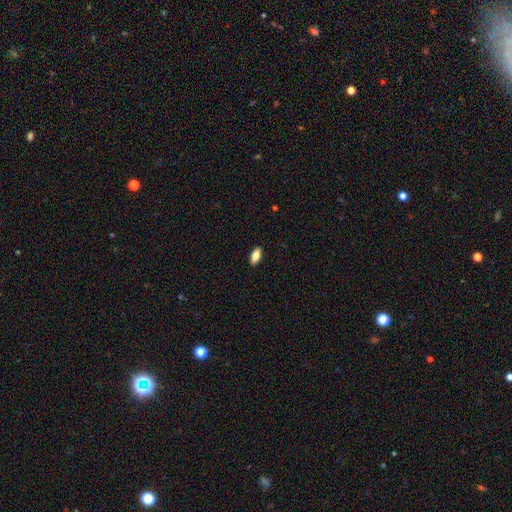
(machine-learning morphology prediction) The model was most divided on "smooth or featured": smooth: 78%, featured or disk: 15%, star or artifact: 7%. More confident: merging — none (90%); how rounded — in between (87%).